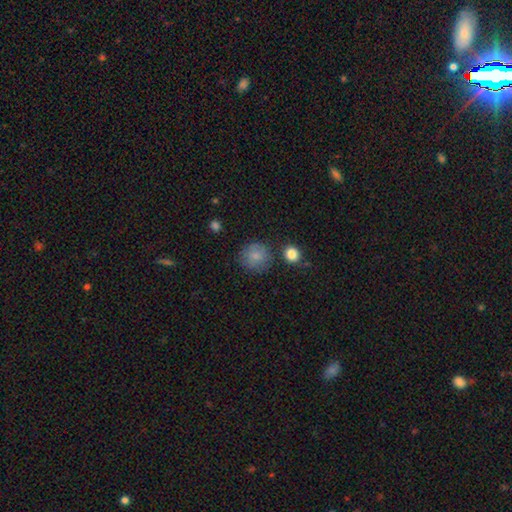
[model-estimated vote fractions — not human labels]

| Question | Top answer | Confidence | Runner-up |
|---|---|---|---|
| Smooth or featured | smooth | 82% | star or artifact (10%) |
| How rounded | round | 89% | in between (10%) |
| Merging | none | 76% | minor disturbance (15%) |